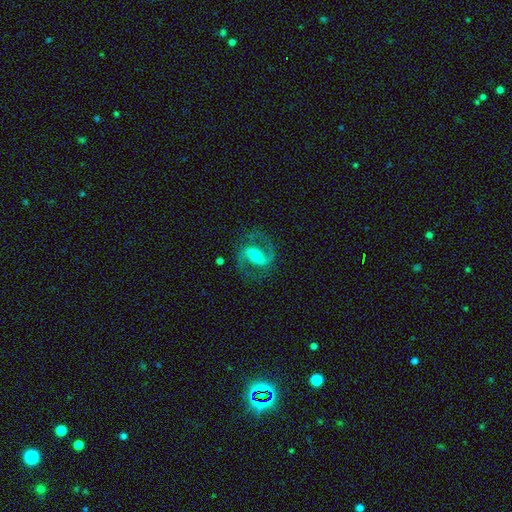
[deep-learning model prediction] This is clearly a featured or disk galaxy (89%). It is clearly not viewed edge-on (98%). Bar: marginally weak (42%). Spiral arm pattern: clearly yes (97%). Spiral arm count: clearly 2 (94%). Spiral winding: likely medium (64%). Central bulge: likely moderate (65%). Merging: clearly none (81%).